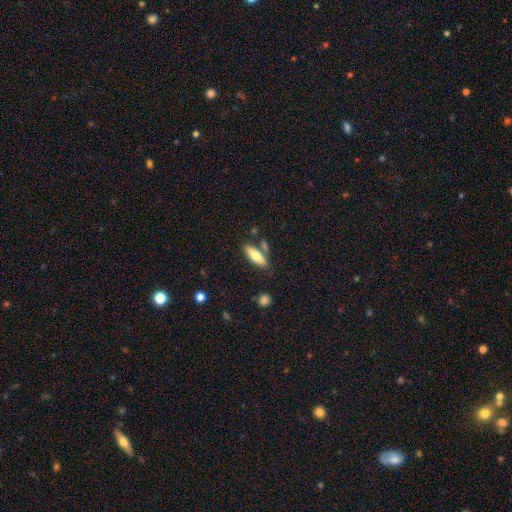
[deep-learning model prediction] smooth 72%, featured or disk 22%, star or artifact 6%. Down the decision tree: how rounded — in between (52%); merging — none (72%).